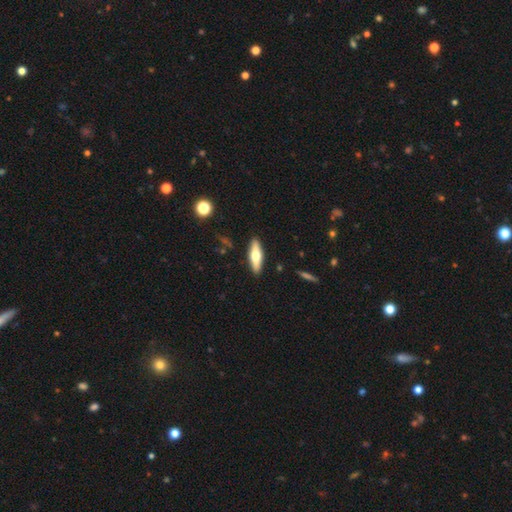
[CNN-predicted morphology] Smooth or featured? Predicted: smooth (p=0.52). How rounded? Predicted: cigar-shaped (p=0.57). Merging? Predicted: none (p=0.89).